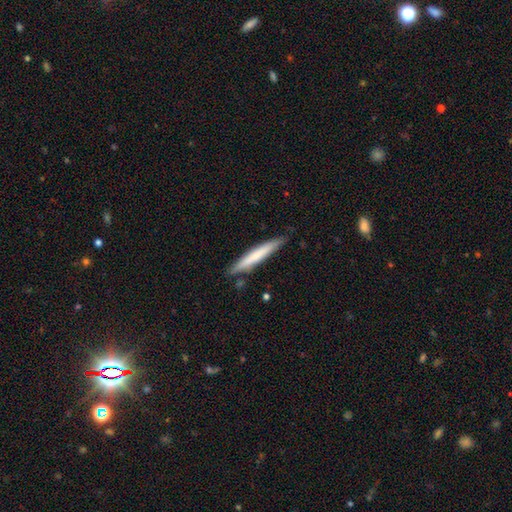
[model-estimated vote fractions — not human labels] This appears to be a smooth galaxy with no disk features (64%) that is cigar-shaped (95%). Merging: none (85%).